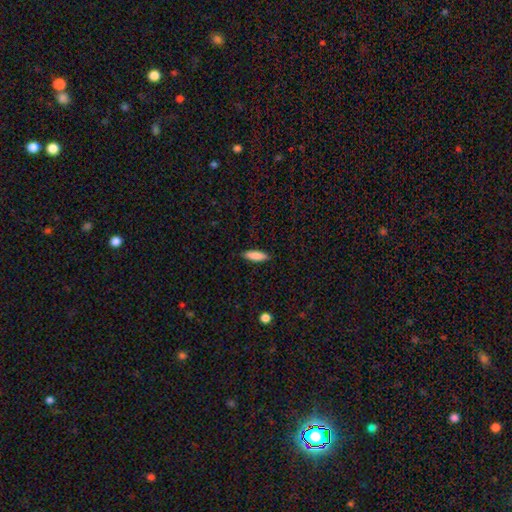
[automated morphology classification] The model was most divided on "how rounded": cigar-shaped: 54%, in between: 44%, round: 2%. More confident: merging — none (88%); smooth or featured — smooth (85%).